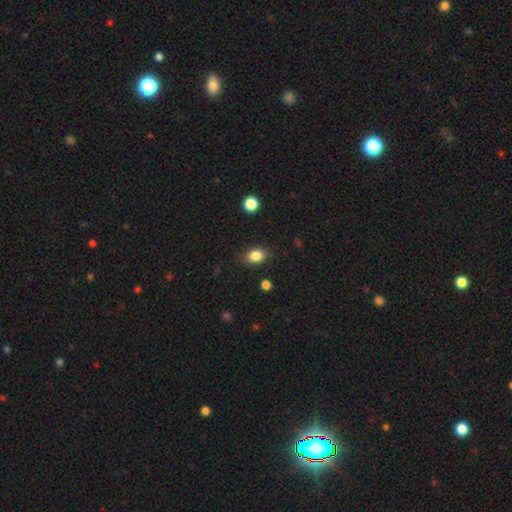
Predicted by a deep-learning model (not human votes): Smooth or featured: smooth — 84% (star or artifact — 10%)
How rounded: in between — 72% (round — 27%)
Merging: none — 83% (minor disturbance — 12%)